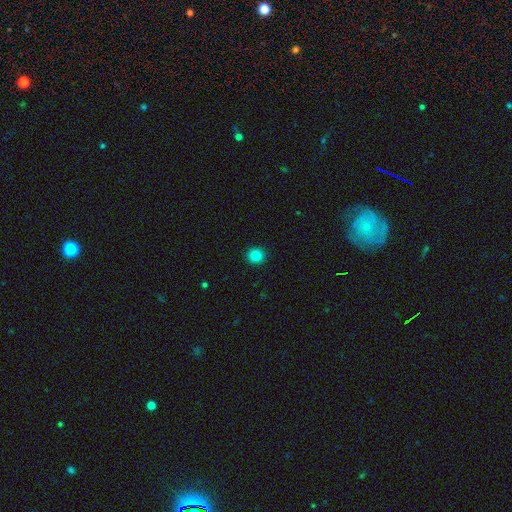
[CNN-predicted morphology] Smooth or featured: smooth — 84% (star or artifact — 12%)
How rounded: round — 92% (in between — 7%)
Merging: none — 93% (minor disturbance — 5%)